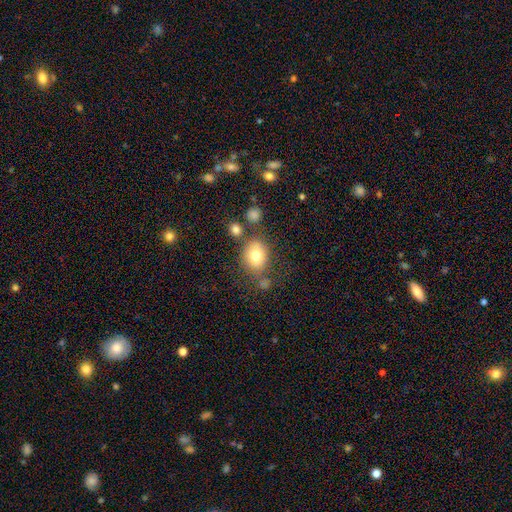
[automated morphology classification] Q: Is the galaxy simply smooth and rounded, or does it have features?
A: smooth — 77%.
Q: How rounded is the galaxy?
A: round — 55%.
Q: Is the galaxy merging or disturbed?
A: none — 66%.